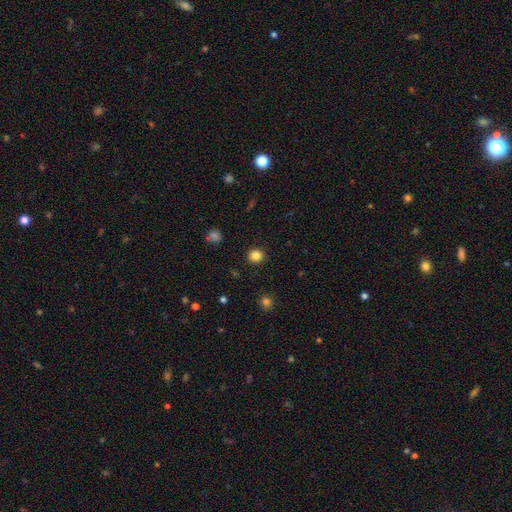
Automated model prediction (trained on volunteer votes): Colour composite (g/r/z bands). It shows a smooth galaxy with no disk features (84%) that is round (92%). Merging: none (92%).